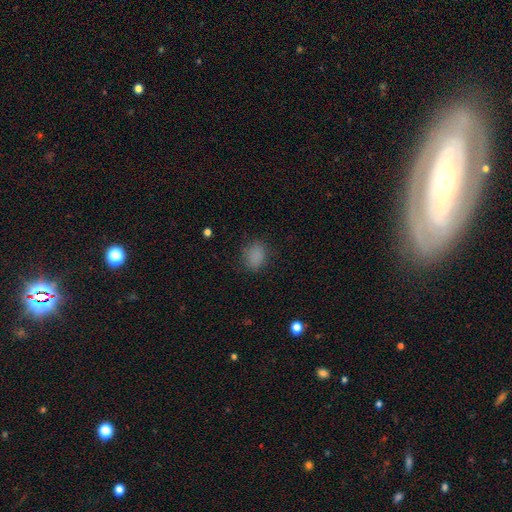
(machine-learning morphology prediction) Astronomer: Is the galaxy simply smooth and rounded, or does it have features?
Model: smooth — 84%.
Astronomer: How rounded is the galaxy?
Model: in between — 50% (runner-up: round, 49%).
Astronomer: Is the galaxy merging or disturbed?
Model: none — 80%.